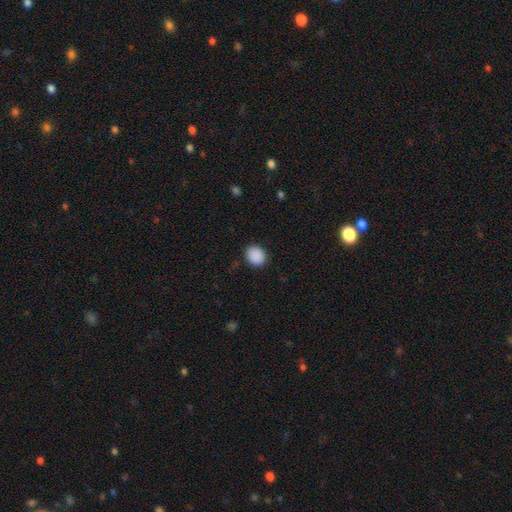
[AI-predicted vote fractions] Smooth or featured? Predicted: smooth (p=0.90). How rounded? Predicted: round (p=0.67). Merging? Predicted: none (p=0.89).